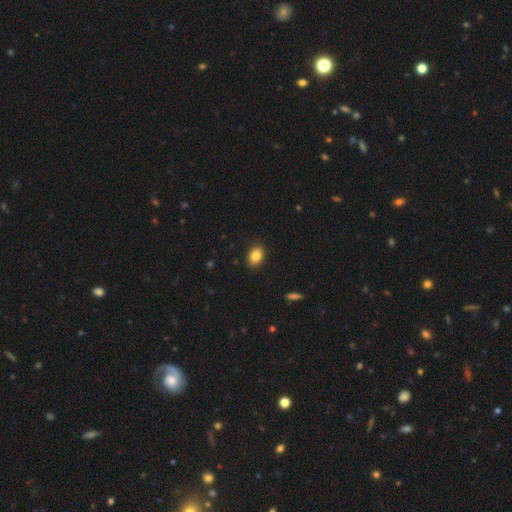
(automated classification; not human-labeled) This is clearly a smooth galaxy (84%). How rounded: likely in between (72%). Merging: clearly none (89%).